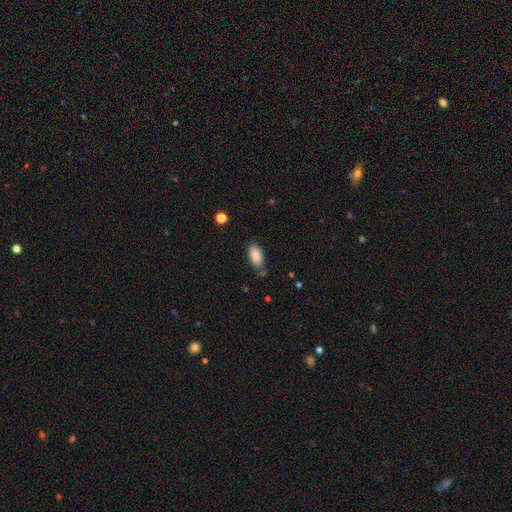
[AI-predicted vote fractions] Smooth or featured? smooth (84%)
How rounded? in between (93%)
Merging? none (76%)